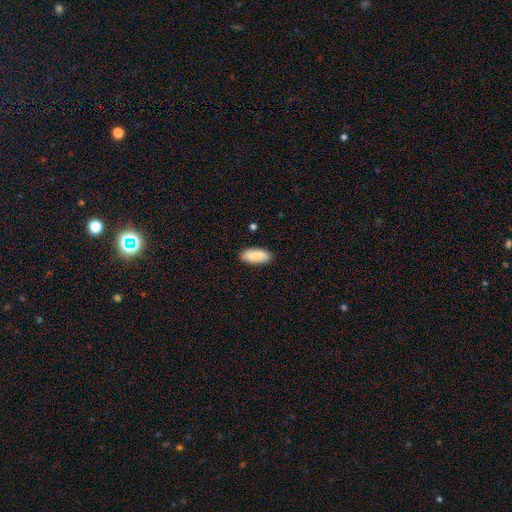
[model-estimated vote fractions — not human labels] A smooth galaxy with no disk features (87%) that is in between round and cigar-shaped (81%).

Vote fractions:
- Smooth or featured? smooth: 87% / featured or disk: 7% / star or artifact: 6%
- How rounded? in between: 81% / cigar-shaped: 17% / round: 2%
- Merging? none: 86% / minor disturbance: 10% / major disturbance: 2% / merger: 1%